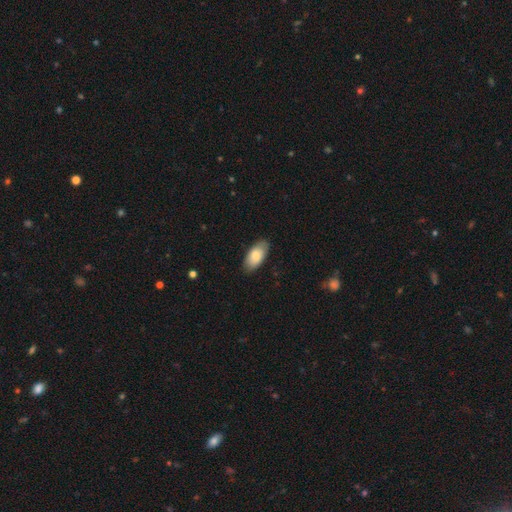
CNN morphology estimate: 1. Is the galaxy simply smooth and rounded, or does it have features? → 79% smooth, 15% featured or disk, 6% star or artifact.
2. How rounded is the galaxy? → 93% in between, 5% cigar-shaped, 2% round.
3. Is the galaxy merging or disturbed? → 84% none, 13% minor disturbance, 2% major disturbance, 1% merger.